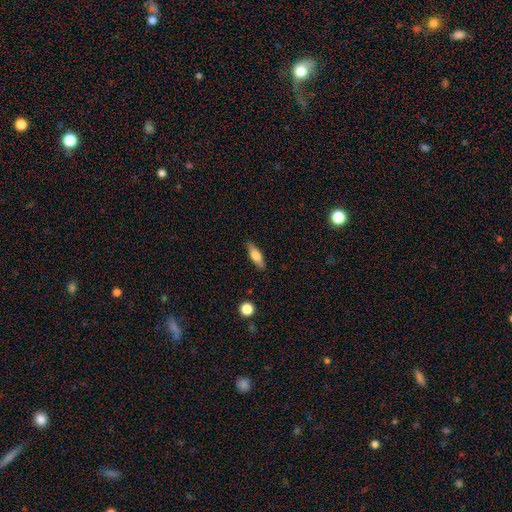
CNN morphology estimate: The model was most divided on "how rounded": in between: 49%, cigar-shaped: 48%, round: 3%. More confident: merging — none (86%); smooth or featured — smooth (66%).